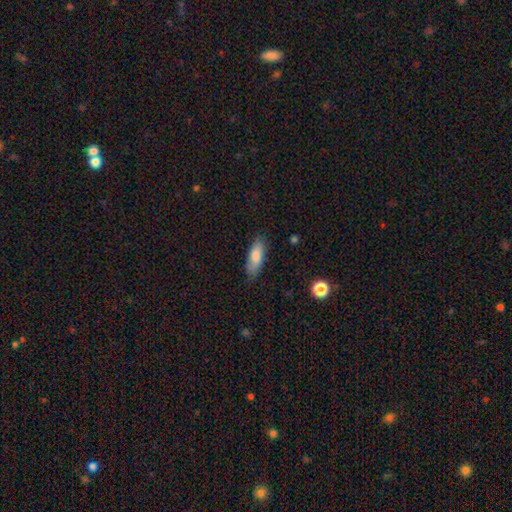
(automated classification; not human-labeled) Smooth or featured: smooth — 81% (featured or disk — 13%)
How rounded: in between — 66% (cigar-shaped — 32%)
Merging: none — 82% (minor disturbance — 14%)